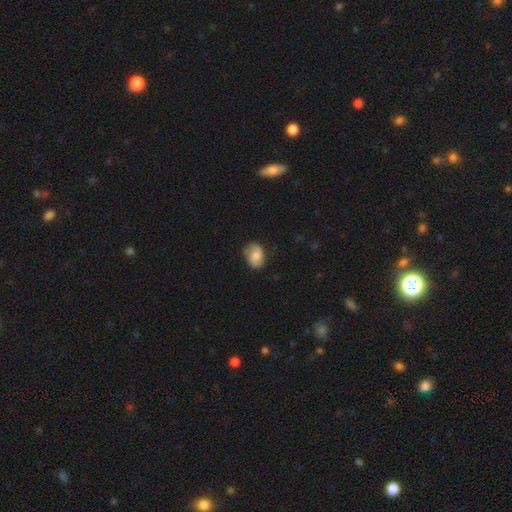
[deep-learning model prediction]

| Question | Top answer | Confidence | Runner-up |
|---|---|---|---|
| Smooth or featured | smooth | 55% | featured or disk (37%) |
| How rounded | in between | 69% | round (30%) |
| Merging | none | 71% | minor disturbance (22%) |